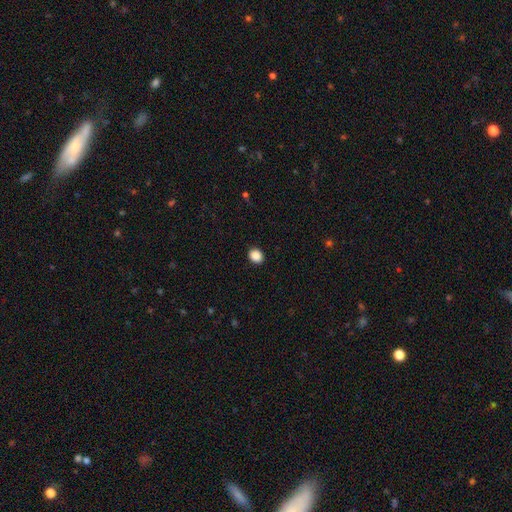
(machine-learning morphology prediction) A smooth galaxy with no disk features (89%) that is round (62%).

Vote fractions:
- Smooth or featured? smooth: 89% / star or artifact: 9% / featured or disk: 2%
- How rounded? round: 62% / in between: 37% / cigar-shaped: 1%
- Merging? none: 91% / minor disturbance: 6% / major disturbance: 2% / merger: 1%